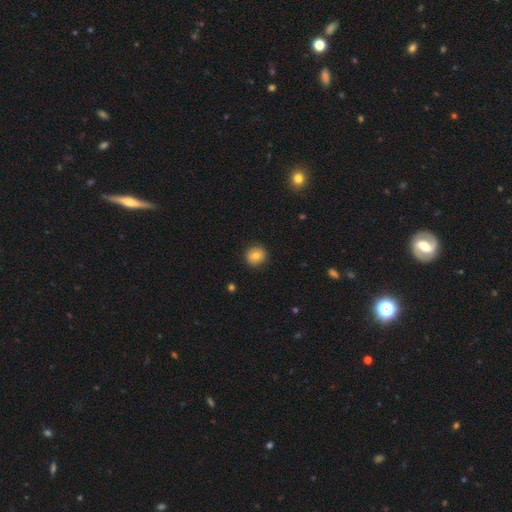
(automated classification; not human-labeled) Morphology: type=smooth (75%); roundness=round (91%); merging=none (89%).